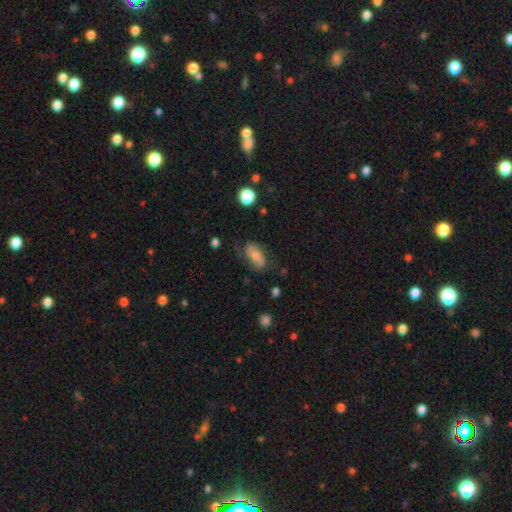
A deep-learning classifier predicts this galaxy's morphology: Overall: featured or disk (52%; smooth 39%). Edge-on disk: no (92%). Merging: none (63%; minor disturbance 23%).